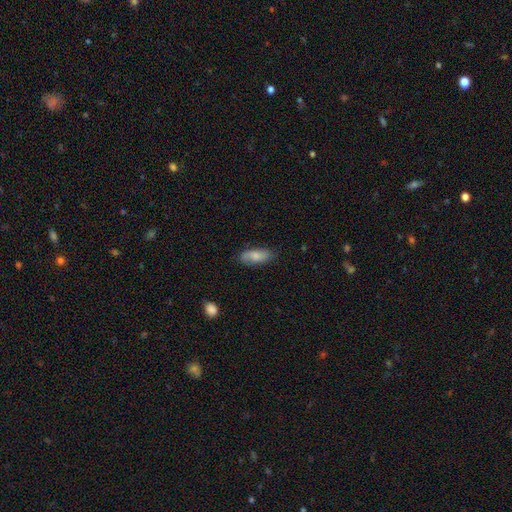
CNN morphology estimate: type=smooth (73%); roundness=in between (83%); merging=none (73%).